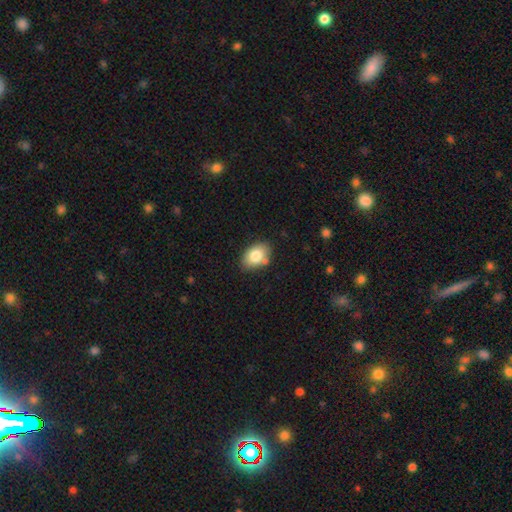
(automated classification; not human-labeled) The model was most divided on "merging": none: 77%, minor disturbance: 14%, merger: 6%, major disturbance: 3%. More confident: how rounded — in between (85%); smooth or featured — smooth (79%).